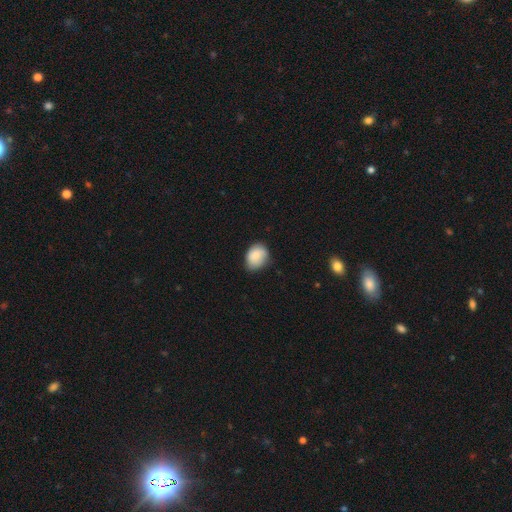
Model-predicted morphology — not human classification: Overall: smooth (86%). How rounded: in between (64%; round 35%). Merging: none (68%).